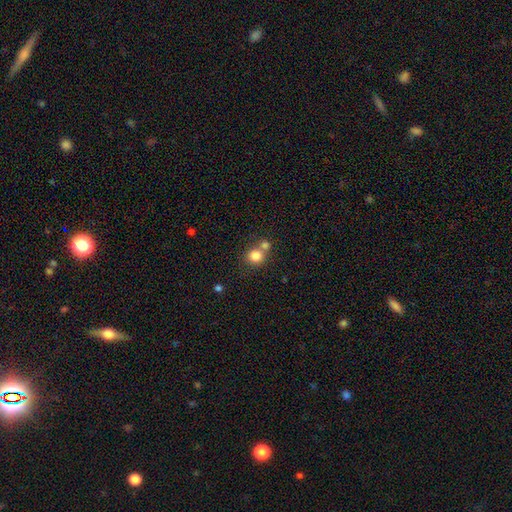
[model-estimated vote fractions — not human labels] This appears to be a smooth galaxy with no disk features (82%) that is round (84%). Merging: none (52%).